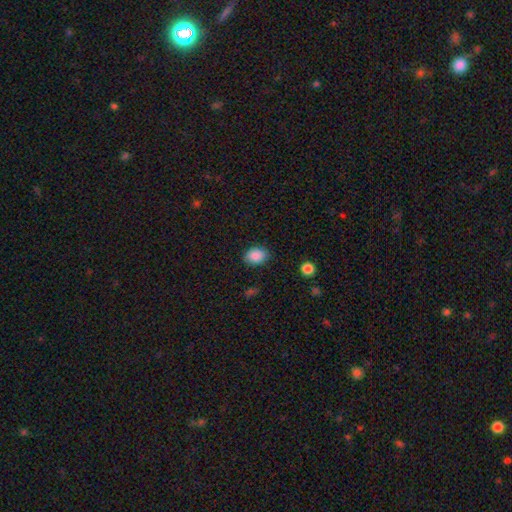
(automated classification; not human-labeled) A smooth galaxy with no disk features (88%) that is in between round and cigar-shaped (68%).

Vote fractions:
- Smooth or featured? smooth: 88% / star or artifact: 8% / featured or disk: 4%
- How rounded? in between: 68% / round: 32% / cigar-shaped: 1%
- Merging? none: 85% / minor disturbance: 11% / major disturbance: 3% / merger: 1%